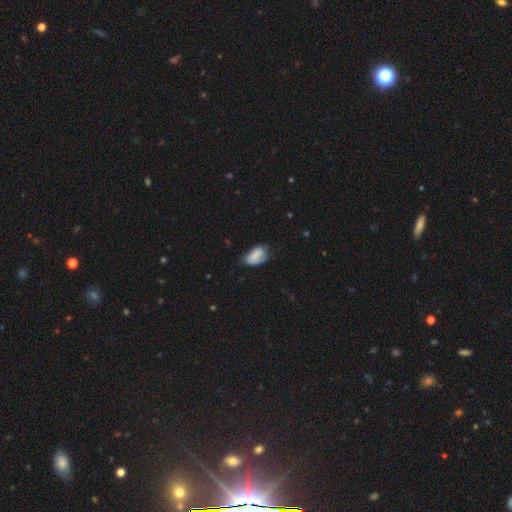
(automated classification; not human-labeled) Smooth or featured? Predicted: smooth (p=0.73). How rounded? Predicted: in between (p=0.91). Merging? Predicted: minor disturbance (p=0.42).